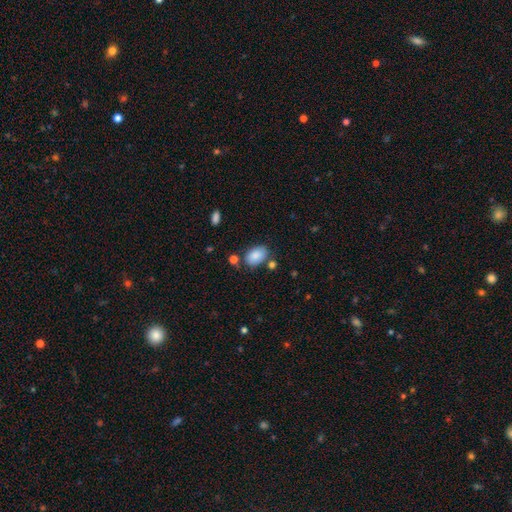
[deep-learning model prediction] Smooth or featured? Predicted: smooth (p=0.85). How rounded? Predicted: in between (p=0.87). Merging? Predicted: none (p=0.70).